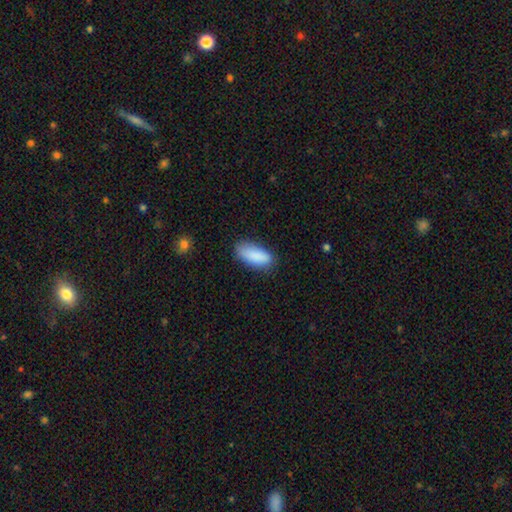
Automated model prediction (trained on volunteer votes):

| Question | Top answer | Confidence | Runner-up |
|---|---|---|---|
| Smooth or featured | smooth | 88% | star or artifact (6%) |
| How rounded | in between | 81% | cigar-shaped (17%) |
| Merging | none | 77% | minor disturbance (18%) |